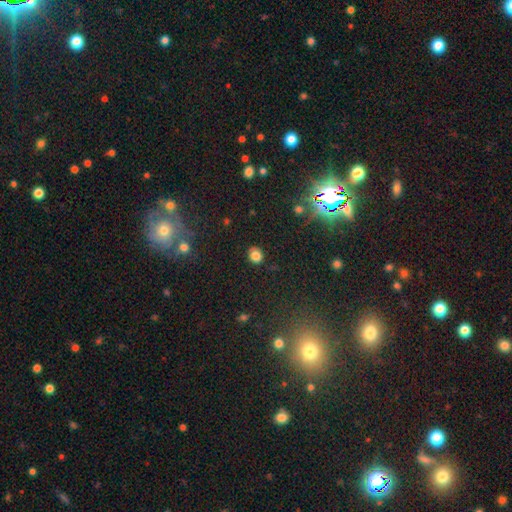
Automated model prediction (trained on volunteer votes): smooth_or_featured: smooth (p=0.82) [alt: star or artifact p=0.13]
how_rounded: round (p=0.67) [alt: in between p=0.32]
merging: none (p=0.88) [alt: minor disturbance p=0.09]